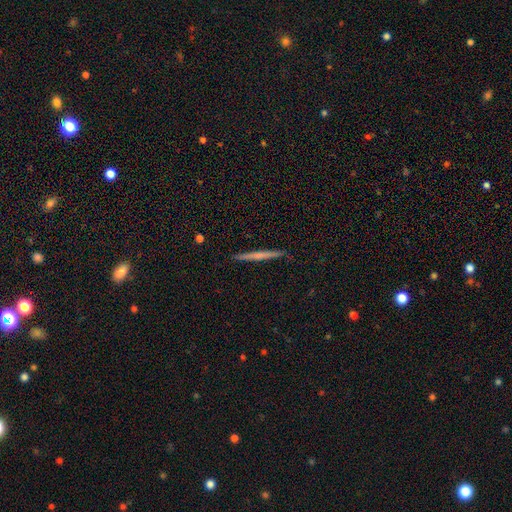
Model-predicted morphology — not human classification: smooth-or-featured: featured or disk: 48% | smooth: 32% | star or artifact: 19%
  merging: none: 87% | minor disturbance: 8% | major disturbance: 3% | merger: 3%